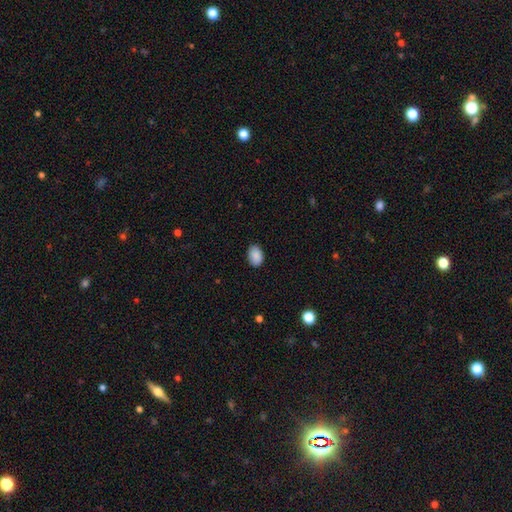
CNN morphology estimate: Smooth or featured? Predicted: smooth (p=0.89). How rounded? Predicted: in between (p=0.86). Merging? Predicted: none (p=0.87).